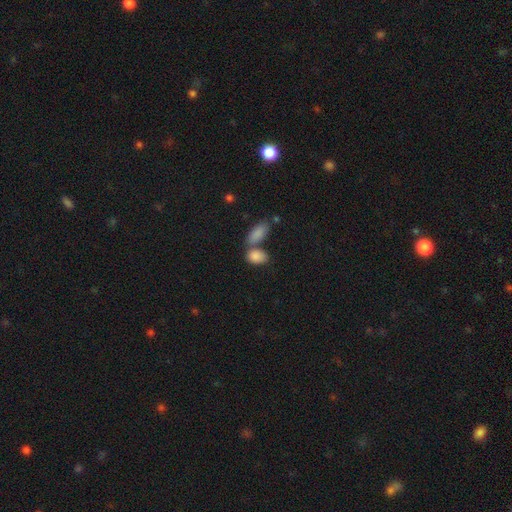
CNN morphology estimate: smooth_or_featured: smooth (p=0.87) [alt: star or artifact p=0.07]
how_rounded: in between (p=0.89) [alt: round p=0.08]
merging: none (p=0.46) [alt: merger p=0.38]